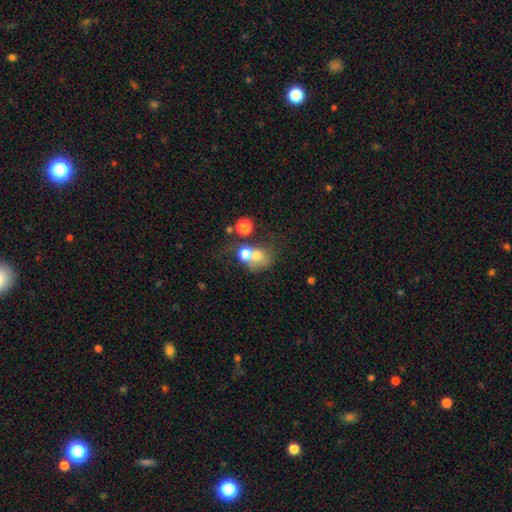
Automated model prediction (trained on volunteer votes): The model was most divided on "how rounded": round: 64%, in between: 35%, cigar-shaped: 1%. More confident: smooth or featured — smooth (66%); merging — merger (57%).